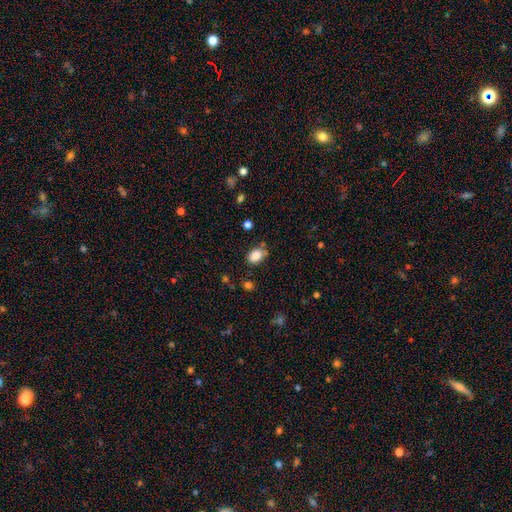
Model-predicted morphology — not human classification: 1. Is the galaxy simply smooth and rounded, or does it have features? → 86% smooth, 9% star or artifact, 5% featured or disk.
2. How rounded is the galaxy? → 78% in between, 21% round, 1% cigar-shaped.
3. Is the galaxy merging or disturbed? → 67% none, 22% minor disturbance, 6% merger, 5% major disturbance.